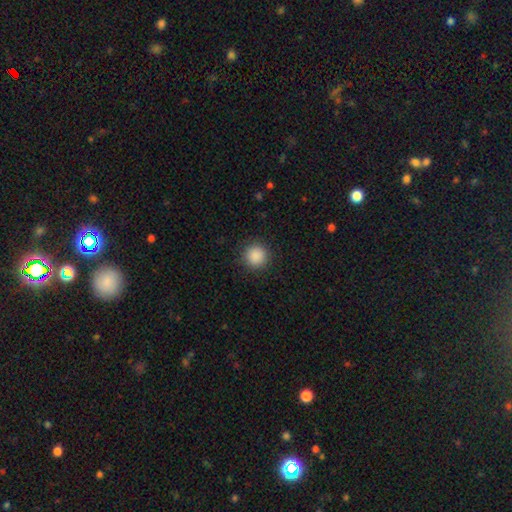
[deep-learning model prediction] Smooth or featured: smooth — 88% (star or artifact — 9%)
How rounded: round — 95% (in between — 4%)
Merging: none — 91% (minor disturbance — 6%)